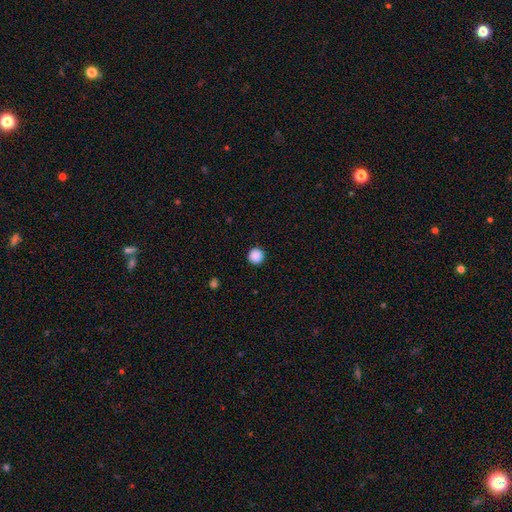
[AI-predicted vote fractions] This is clearly a smooth galaxy (89%). How rounded: clearly round (96%). Merging: clearly none (93%).